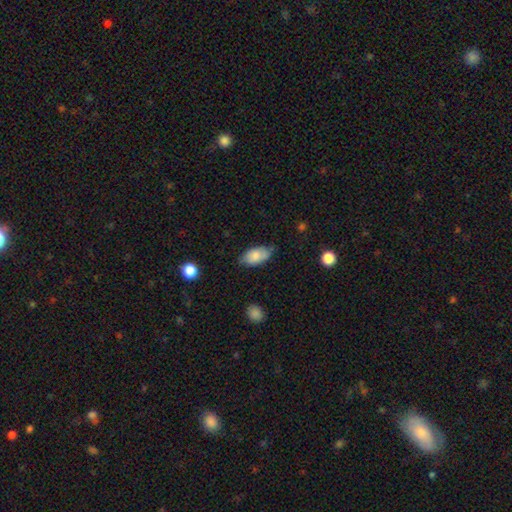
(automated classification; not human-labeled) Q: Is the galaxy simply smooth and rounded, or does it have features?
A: smooth — 80%.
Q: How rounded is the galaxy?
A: in between — 94%.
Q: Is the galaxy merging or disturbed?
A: none — 67%.